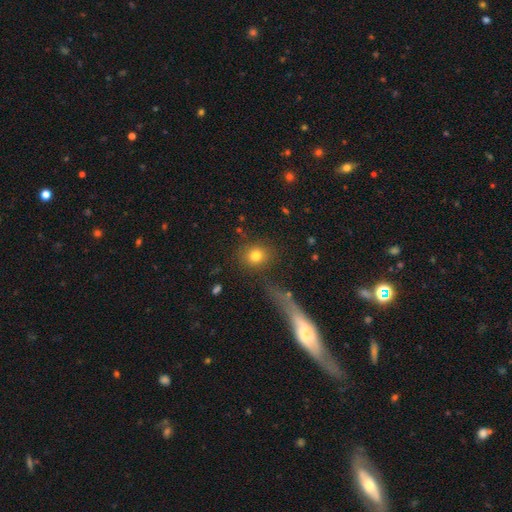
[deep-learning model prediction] smooth-or-featured: smooth: 78% | star or artifact: 12% | featured or disk: 10%
  how-rounded: round: 80% | in between: 17% | cigar-shaped: 2%
  merging: none: 77% | minor disturbance: 10% | merger: 7% | major disturbance: 6%